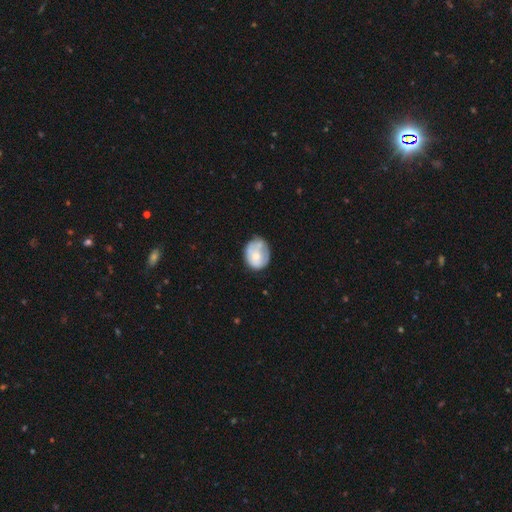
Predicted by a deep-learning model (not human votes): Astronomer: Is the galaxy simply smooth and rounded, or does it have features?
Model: smooth — 57% (runner-up: featured or disk, 36%).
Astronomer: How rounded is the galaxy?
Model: round — 52% (runner-up: in between, 47%).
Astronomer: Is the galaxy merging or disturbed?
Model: none — 50% (runner-up: minor disturbance, 32%).